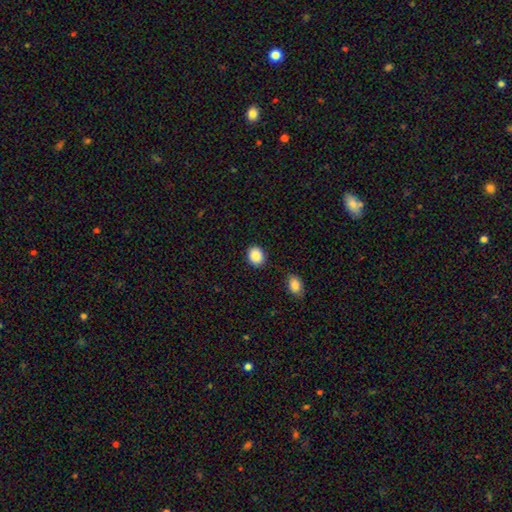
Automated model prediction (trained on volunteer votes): Smooth or featured? Predicted: smooth (p=0.88). How rounded? Predicted: round (p=0.65). Merging? Predicted: none (p=0.87).